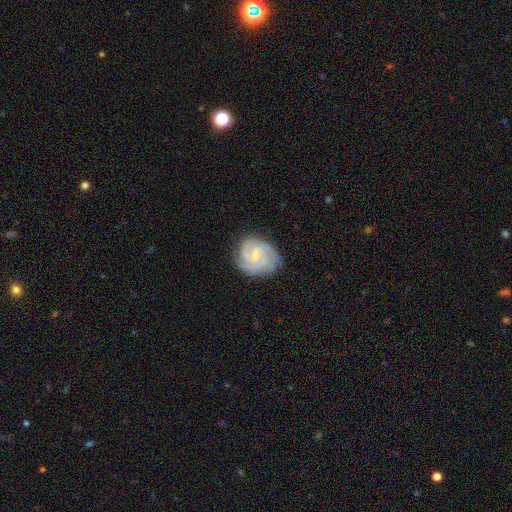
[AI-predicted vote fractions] smooth-or-featured: featured or disk: 78% | smooth: 17% | star or artifact: 6%
  disk-edge-on: no: 98% | yes: 2%
    bar: weak: 52% | no: 40% | strong: 8%
    has-spiral-arms: yes: 95% | no: 5%
      spiral-winding: tight: 61% | medium: 33% | loose: 7%
      spiral-arm-count: 3: 34% | 2: 26% | can't tell: 23% | 4: 8% | 1: 5% | more than 4: 4%
    bulge-size: small: 59% | moderate: 28% | none: 11% | large: 1% | dominant: 1%
  merging: none: 73% | minor disturbance: 20% | major disturbance: 7% | merger: 1%